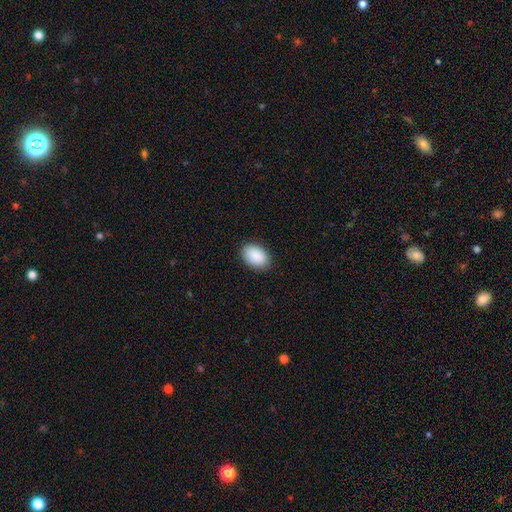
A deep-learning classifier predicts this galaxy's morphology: The model was most divided on "merging": none: 88%, minor disturbance: 9%, major disturbance: 2%, merger: 1%. More confident: smooth or featured — smooth (91%); how rounded — in between (89%).